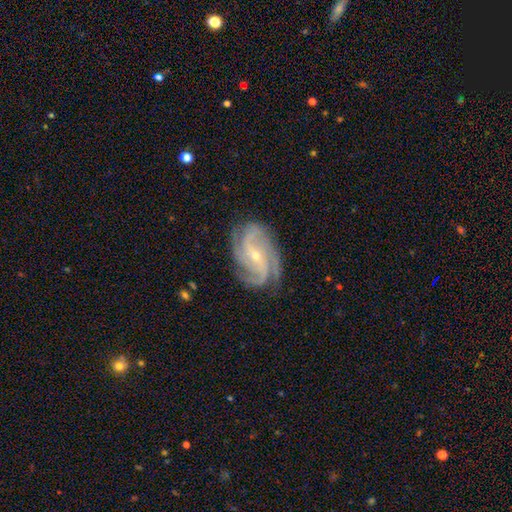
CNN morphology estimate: type=featured or disk (91%); edge-on=no (97%); bar=no (43%); spiral arms=yes (98%); winding=tight (46%); arm count=3 (41%); bulge=small (69%); merging=none (77%).